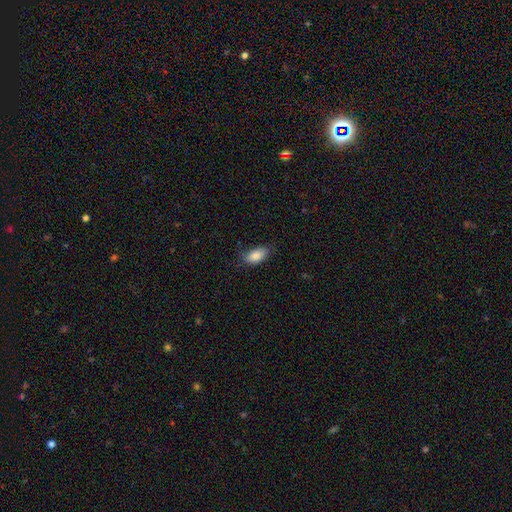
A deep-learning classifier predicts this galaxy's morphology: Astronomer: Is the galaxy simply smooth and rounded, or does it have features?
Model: smooth — 86%.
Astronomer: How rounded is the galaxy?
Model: in between — 92%.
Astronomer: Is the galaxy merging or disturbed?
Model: none — 72%.